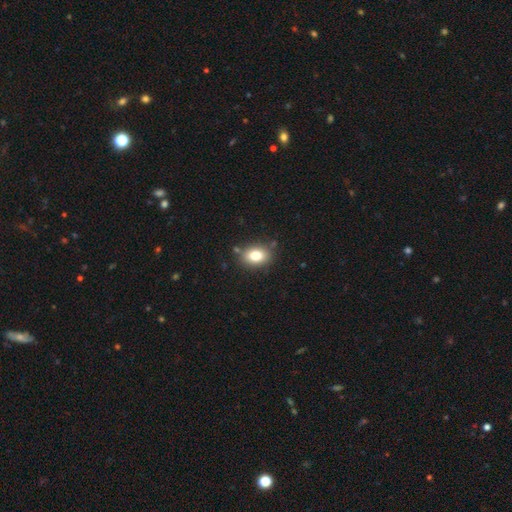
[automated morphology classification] The model was most divided on "how rounded": in between: 69%, round: 30%, cigar-shaped: 1%. More confident: merging — none (81%); smooth or featured — smooth (79%).